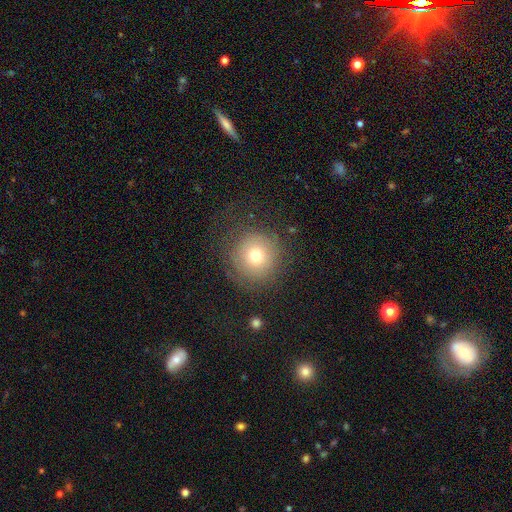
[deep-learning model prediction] A smooth galaxy with no disk features (71%) that is round (94%). Merging: none (77%).